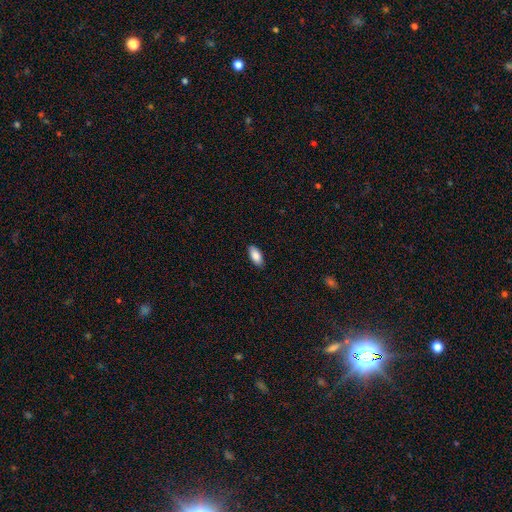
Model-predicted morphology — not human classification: A smooth galaxy with no disk features (88%) that is in between round and cigar-shaped (90%).

Vote fractions:
- Smooth or featured? smooth: 88% / star or artifact: 6% / featured or disk: 6%
- How rounded? in between: 90% / cigar-shaped: 8% / round: 2%
- Merging? none: 88% / minor disturbance: 9% / major disturbance: 2% / merger: 1%